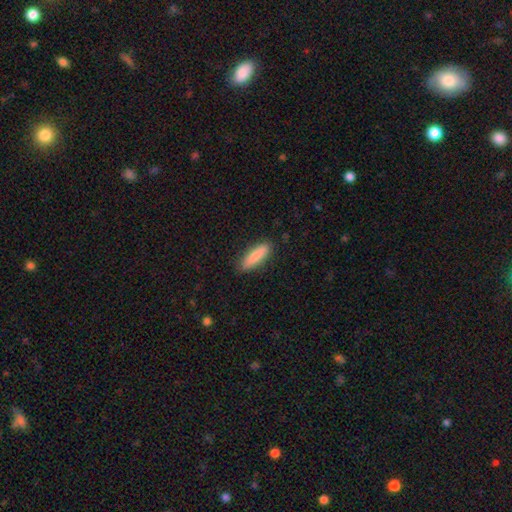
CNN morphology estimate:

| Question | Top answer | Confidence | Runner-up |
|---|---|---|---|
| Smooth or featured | smooth | 84% | featured or disk (10%) |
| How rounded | cigar-shaped | 68% | in between (31%) |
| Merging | none | 86% | minor disturbance (10%) |